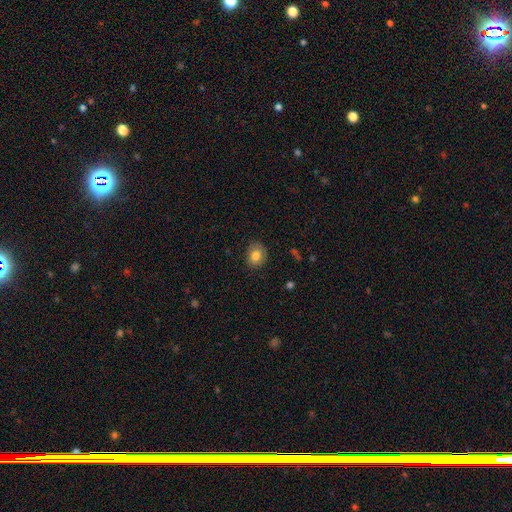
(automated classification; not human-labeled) This appears to be a smooth galaxy with no disk features (81%) that is round (56%). Merging: none (85%).